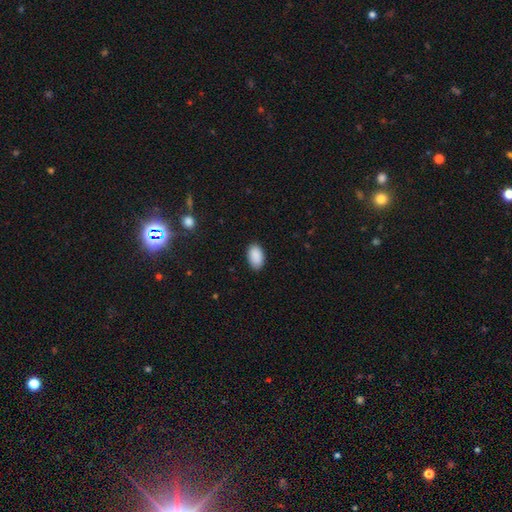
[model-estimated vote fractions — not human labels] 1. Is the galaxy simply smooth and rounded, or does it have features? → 91% smooth, 6% star or artifact, 3% featured or disk.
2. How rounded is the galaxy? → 94% in between, 5% round, 1% cigar-shaped.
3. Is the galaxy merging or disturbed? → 87% none, 10% minor disturbance, 2% major disturbance, 1% merger.